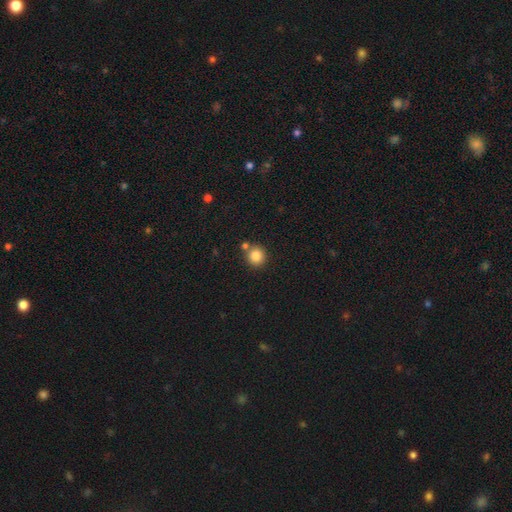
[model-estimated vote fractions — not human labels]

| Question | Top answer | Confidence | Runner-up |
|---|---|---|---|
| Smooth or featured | smooth | 85% | star or artifact (10%) |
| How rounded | round | 91% | in between (8%) |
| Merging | none | 74% | merger (15%) |